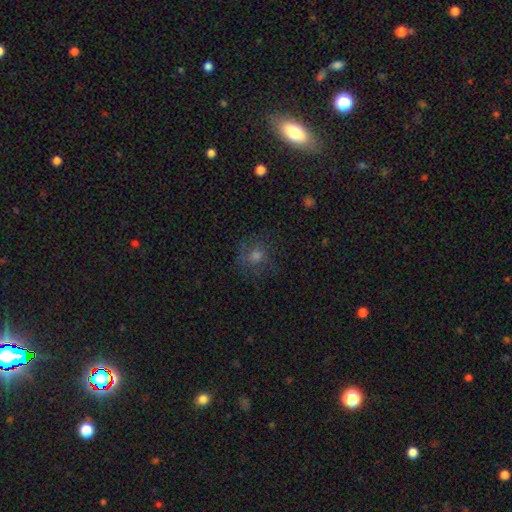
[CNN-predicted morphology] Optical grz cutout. It shows a smooth galaxy with no disk features (51%) that is round (82%). Merging: none (73%).